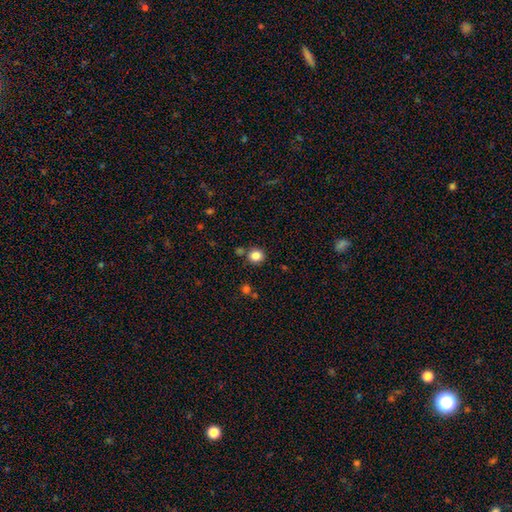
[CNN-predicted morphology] type=smooth (84%); roundness=round (90%); merging=none (80%).